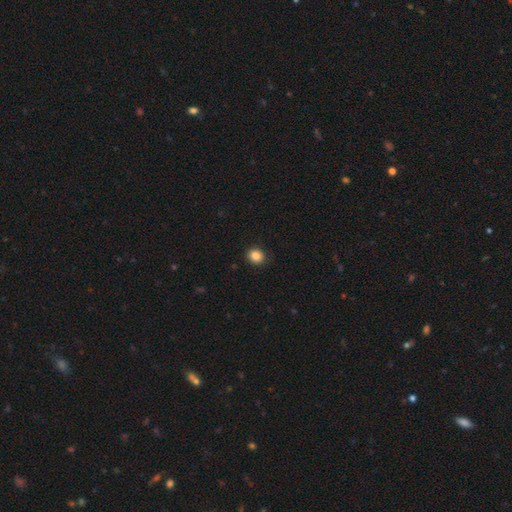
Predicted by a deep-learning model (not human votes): smooth-or-featured: smooth: 85% | star or artifact: 10% | featured or disk: 5%
  how-rounded: round: 79% | in between: 20% | cigar-shaped: 1%
  merging: none: 89% | minor disturbance: 8% | major disturbance: 2% | merger: 1%